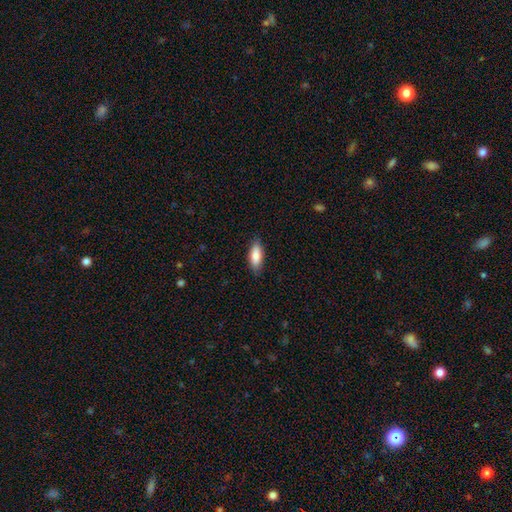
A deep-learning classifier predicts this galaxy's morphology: This is clearly a smooth galaxy (84%). How rounded: likely in between (73%). Merging: clearly none (86%).